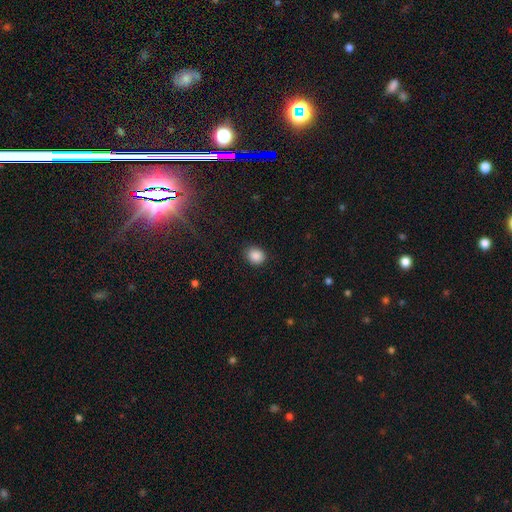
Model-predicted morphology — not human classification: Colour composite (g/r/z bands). It shows a smooth galaxy with no disk features (87%) that is round (63%). Merging: none (86%).